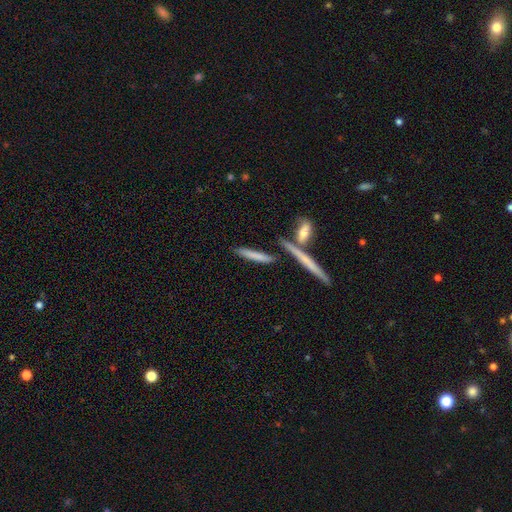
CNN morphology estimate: smooth 70%, featured or disk 23%, star or artifact 7%. Down the decision tree: how rounded — cigar-shaped (90%); merging — none (69%).